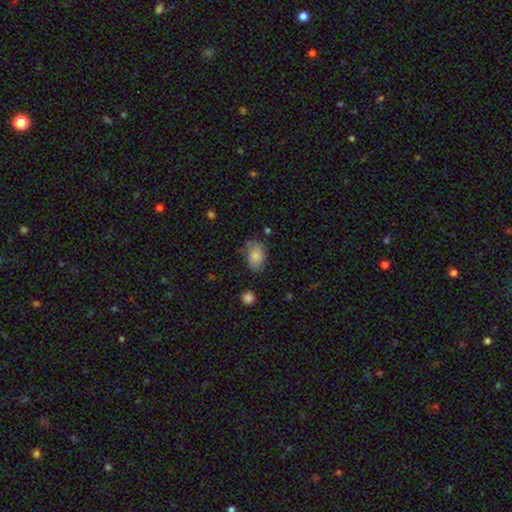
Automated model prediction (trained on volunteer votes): A smooth galaxy with no disk features (79%) that is in between round and cigar-shaped (82%).

Vote fractions:
- Smooth or featured? smooth: 79% / featured or disk: 13% / star or artifact: 8%
- How rounded? in between: 82% / round: 17% / cigar-shaped: 1%
- Merging? none: 65% / minor disturbance: 25% / major disturbance: 7% / merger: 3%